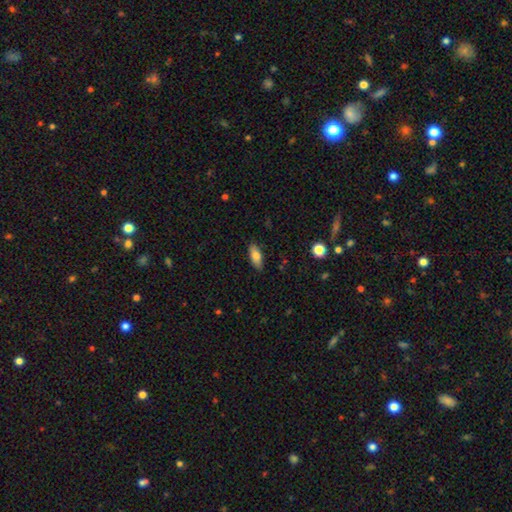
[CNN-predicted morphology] smooth-or-featured: smooth: 79% | featured or disk: 14% | star or artifact: 7%
  how-rounded: in between: 80% | cigar-shaped: 17% | round: 3%
  merging: none: 86% | minor disturbance: 10% | major disturbance: 2% | merger: 1%